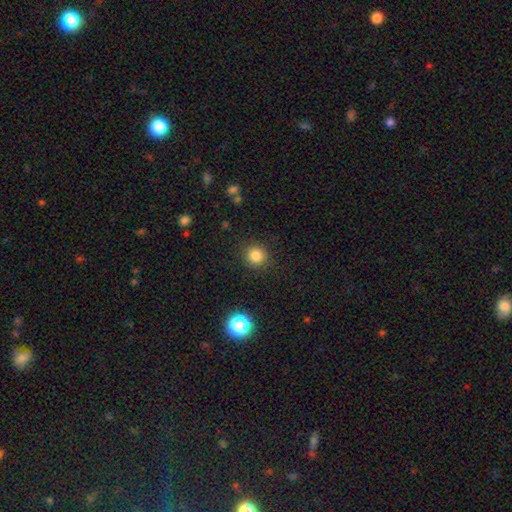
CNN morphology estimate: smooth 83%, star or artifact 13%, featured or disk 4%. Down the decision tree: how rounded — round (93%); merging — none (90%).